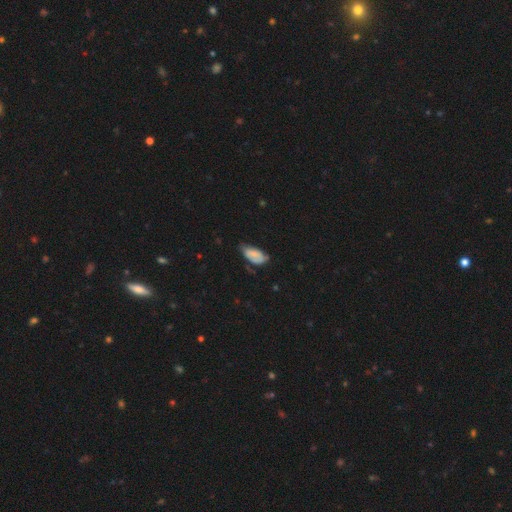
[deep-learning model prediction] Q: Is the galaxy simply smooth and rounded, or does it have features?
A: smooth — 71%.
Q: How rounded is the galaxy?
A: in between — 92%.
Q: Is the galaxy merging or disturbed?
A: minor disturbance — 43%.